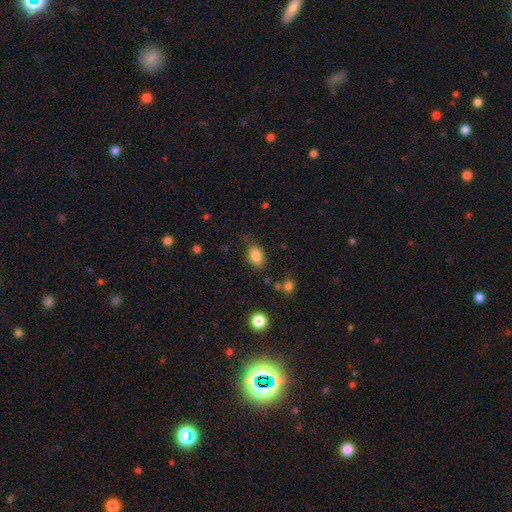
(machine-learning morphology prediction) Q: Smooth or featured?
A: smooth (84%); runner-up: star or artifact (9%)
Q: How rounded?
A: in between (83%); runner-up: round (15%)
Q: Merging?
A: none (72%); runner-up: minor disturbance (19%)